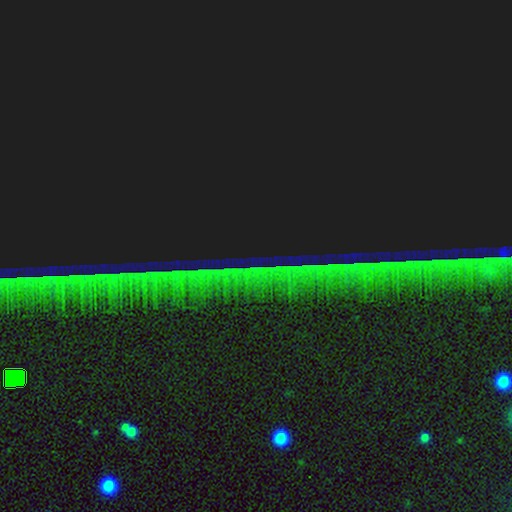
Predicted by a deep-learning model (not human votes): This appears to be a star or artifact, not a galaxy (87%).